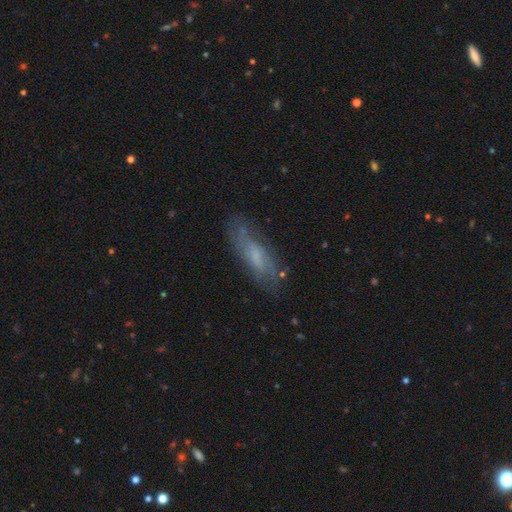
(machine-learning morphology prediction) This appears to be a smooth galaxy with no disk features (48%). Merging: none (68%).